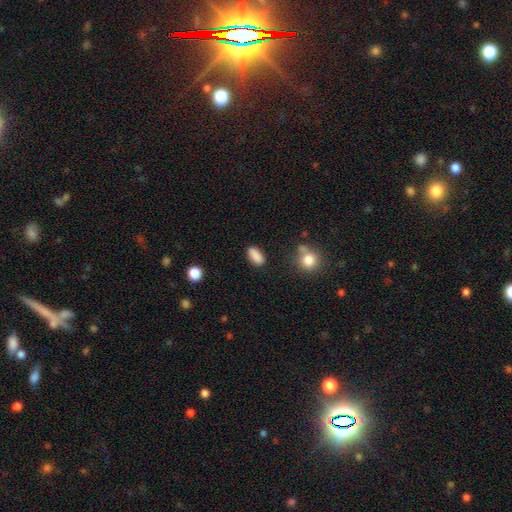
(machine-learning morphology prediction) smooth-or-featured: smooth: 87% | star or artifact: 8% | featured or disk: 5%
  how-rounded: in between: 84% | cigar-shaped: 12% | round: 5%
  merging: none: 82% | minor disturbance: 12% | major disturbance: 3% | merger: 3%